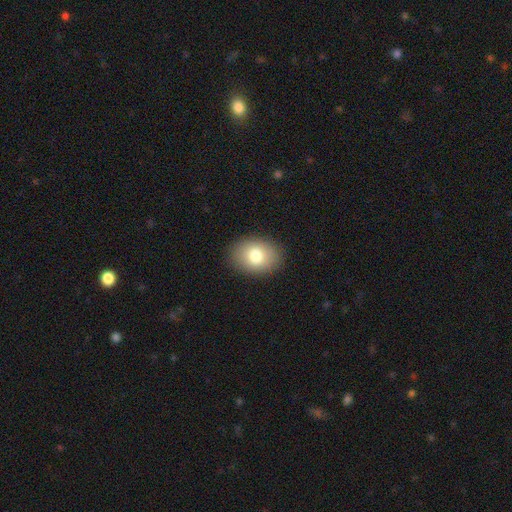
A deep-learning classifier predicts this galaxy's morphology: This is likely a smooth galaxy (80%). How rounded: likely in between (70%). Merging: clearly none (88%).